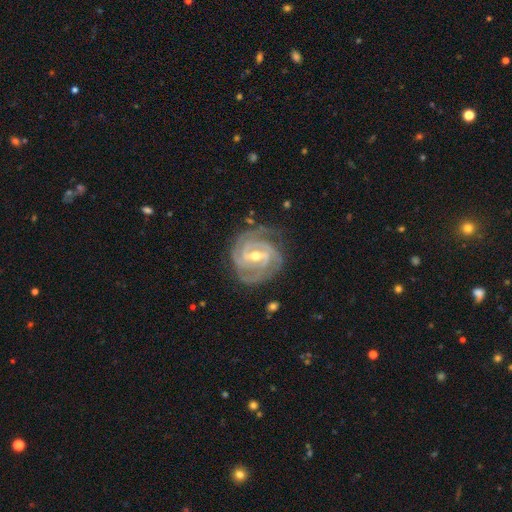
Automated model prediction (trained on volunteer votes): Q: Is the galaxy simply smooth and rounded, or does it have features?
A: featured or disk — 93%.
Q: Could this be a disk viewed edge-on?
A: no — 98%.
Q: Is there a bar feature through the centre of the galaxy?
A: weak — 44%.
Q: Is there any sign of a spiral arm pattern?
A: yes — 99%.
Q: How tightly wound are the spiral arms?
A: tight — 75%.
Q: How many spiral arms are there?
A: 3 — 41%.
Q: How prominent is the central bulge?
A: moderate — 58%.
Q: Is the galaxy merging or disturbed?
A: none — 79%.